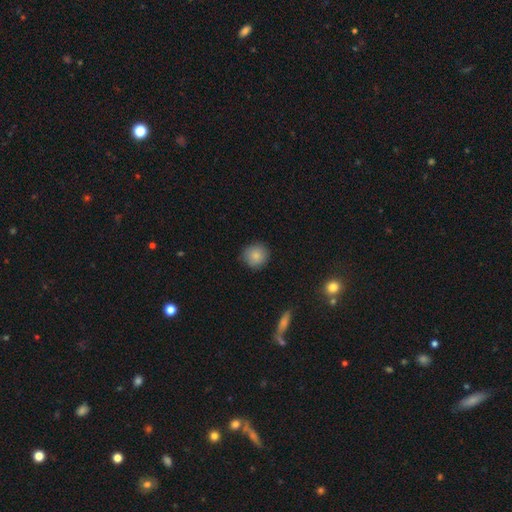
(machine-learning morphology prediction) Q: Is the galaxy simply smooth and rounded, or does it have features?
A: smooth — 85%.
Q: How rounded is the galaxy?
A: round — 93%.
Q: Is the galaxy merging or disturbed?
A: none — 89%.